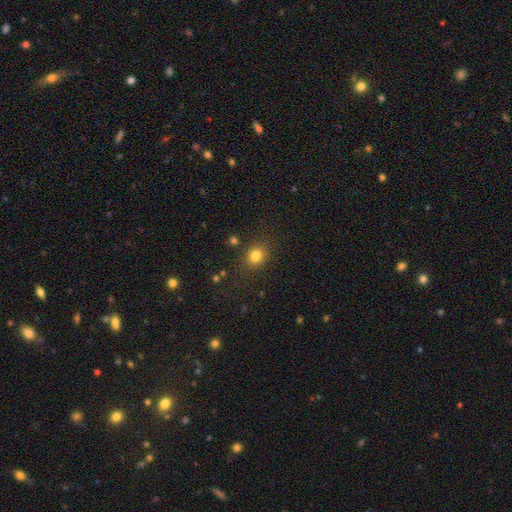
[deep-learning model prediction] Smooth or featured: smooth — 80% (star or artifact — 13%)
How rounded: round — 71% (in between — 28%)
Merging: none — 82% (minor disturbance — 11%)